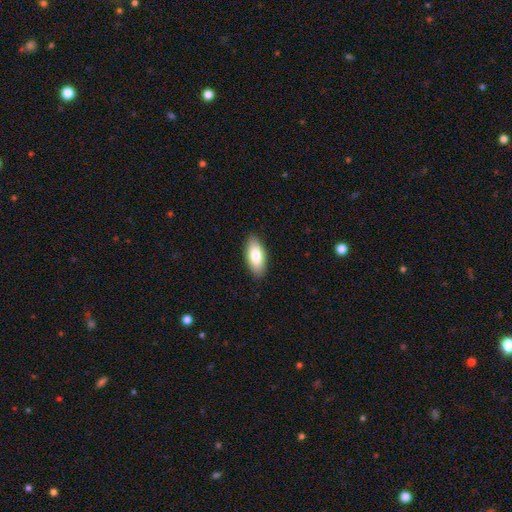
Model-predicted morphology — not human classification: A smooth galaxy with no disk features (81%) that is in between round and cigar-shaped (88%). Merging: none (89%).